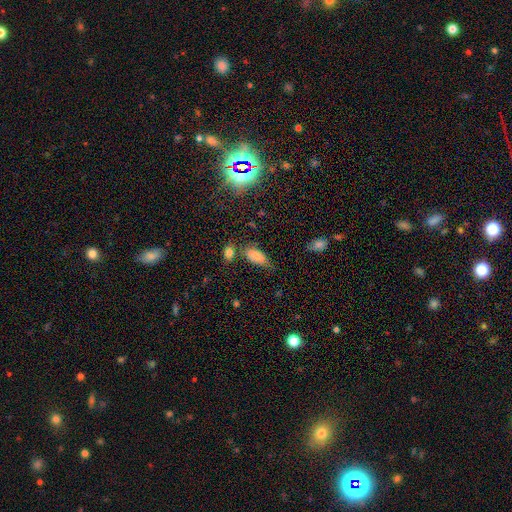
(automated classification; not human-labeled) The model was most divided on "merging": none: 53%, minor disturbance: 30%, major disturbance: 8%, merger: 8%. More confident: how rounded — in between (89%); smooth or featured — smooth (77%).